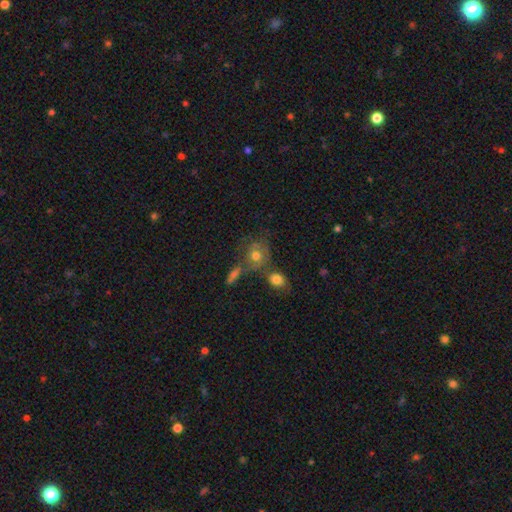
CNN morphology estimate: smooth_or_featured: smooth (p=0.47) [alt: featured or disk p=0.27]
merging: none (p=0.55) [alt: merger p=0.24]